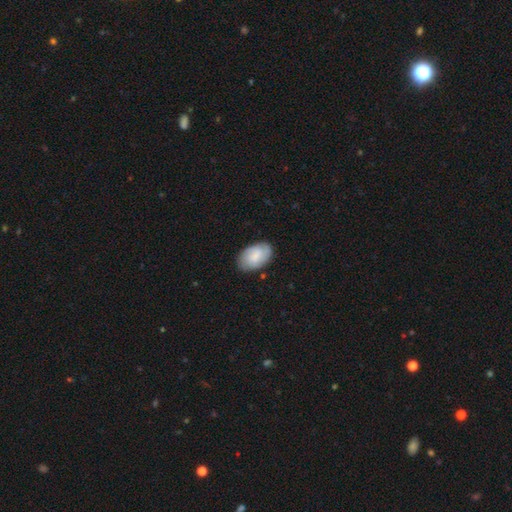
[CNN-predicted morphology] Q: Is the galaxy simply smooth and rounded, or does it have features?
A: smooth — 61%.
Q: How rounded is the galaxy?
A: in between — 91%.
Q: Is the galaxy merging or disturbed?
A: none — 80%.